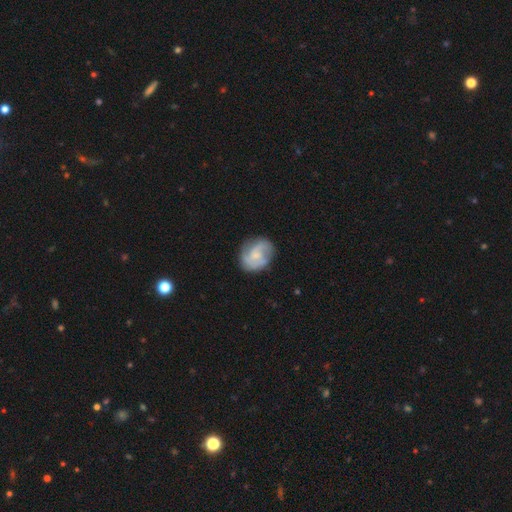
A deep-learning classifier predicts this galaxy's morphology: A featured or disk galaxy (63%) with no bar (57%), 2 (48%) medium (46%) spiral arms (87%) and a small central bulge (51%). Merging: none (69%).